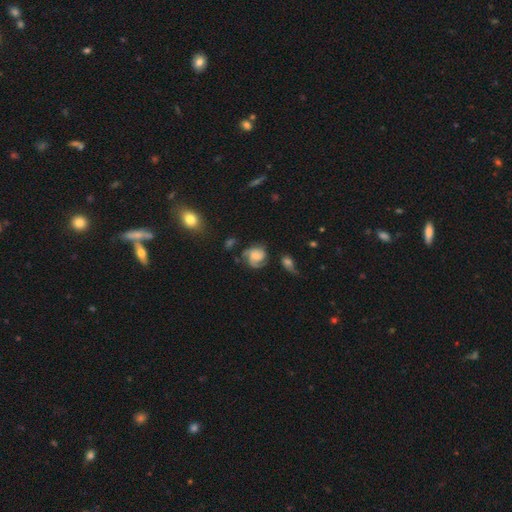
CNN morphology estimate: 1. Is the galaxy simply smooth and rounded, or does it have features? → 76% featured or disk, 17% smooth, 7% star or artifact.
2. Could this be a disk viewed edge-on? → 98% no, 2% yes.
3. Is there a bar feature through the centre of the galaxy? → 66% no, 28% weak, 6% strong.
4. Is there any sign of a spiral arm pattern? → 95% yes, 5% no.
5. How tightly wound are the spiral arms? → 44% tight, 42% medium, 13% loose.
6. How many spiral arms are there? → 53% 2, 26% 3, 11% can't tell, 5% 1, 3% 4, 2% more than 4.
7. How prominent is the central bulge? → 40% small, 36% moderate, 14% none, 8% large, 2% dominant.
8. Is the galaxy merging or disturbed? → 60% none, 22% minor disturbance, 14% major disturbance, 5% merger.